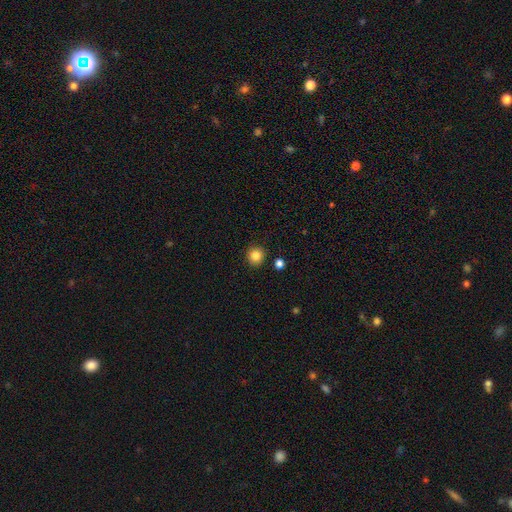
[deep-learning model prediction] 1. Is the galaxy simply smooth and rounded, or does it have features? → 84% smooth, 11% star or artifact, 5% featured or disk.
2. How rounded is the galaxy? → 93% round, 6% in between, 1% cigar-shaped.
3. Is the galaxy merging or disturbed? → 90% none, 6% minor disturbance, 2% merger, 2% major disturbance.